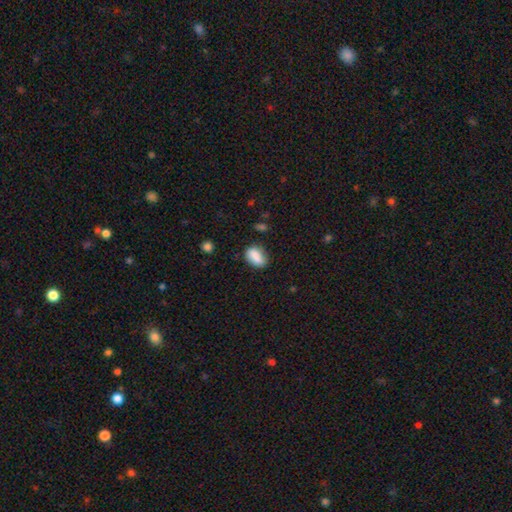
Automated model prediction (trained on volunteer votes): smooth-or-featured: smooth: 83% | featured or disk: 9% | star or artifact: 8%
  how-rounded: in between: 82% | round: 14% | cigar-shaped: 4%
  merging: none: 71% | minor disturbance: 21% | major disturbance: 5% | merger: 3%